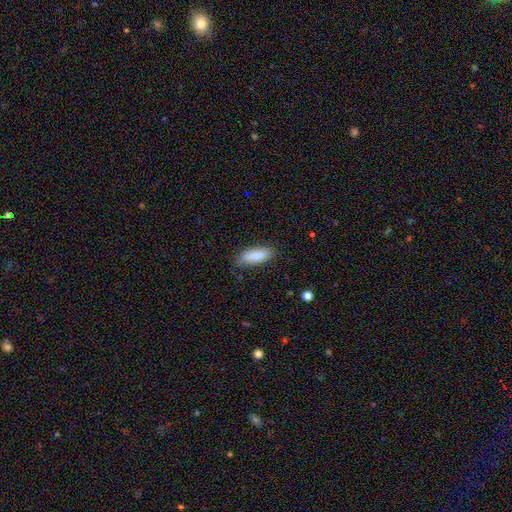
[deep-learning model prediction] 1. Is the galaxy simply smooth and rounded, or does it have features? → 88% smooth, 6% star or artifact, 6% featured or disk.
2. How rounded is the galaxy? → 70% in between, 28% cigar-shaped, 2% round.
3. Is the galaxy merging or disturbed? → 80% none, 15% minor disturbance, 3% major disturbance, 1% merger.